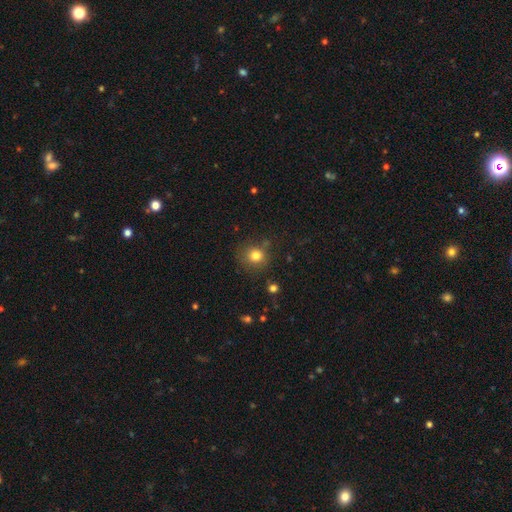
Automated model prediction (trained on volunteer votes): Smooth or featured? smooth (80%)
How rounded? round (85%)
Merging? none (76%)